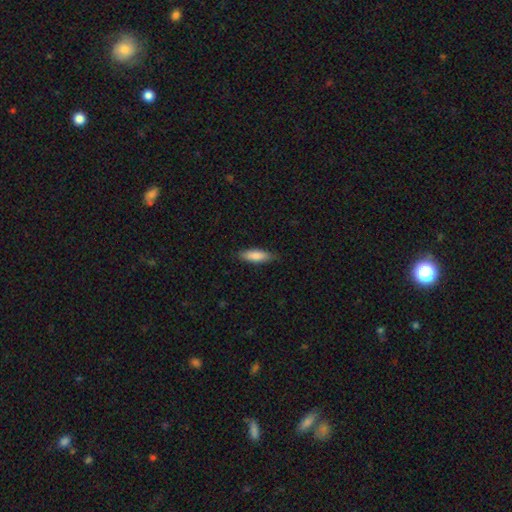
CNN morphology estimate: Smooth or featured?
  - smooth: 84% *
  - featured or disk: 10%
  - star or artifact: 6%
How rounded?
  - in between: 53% *
  - cigar-shaped: 46%
  - round: 2%
Merging?
  - none: 83% *
  - minor disturbance: 13%
  - major disturbance: 2%
  - merger: 1%